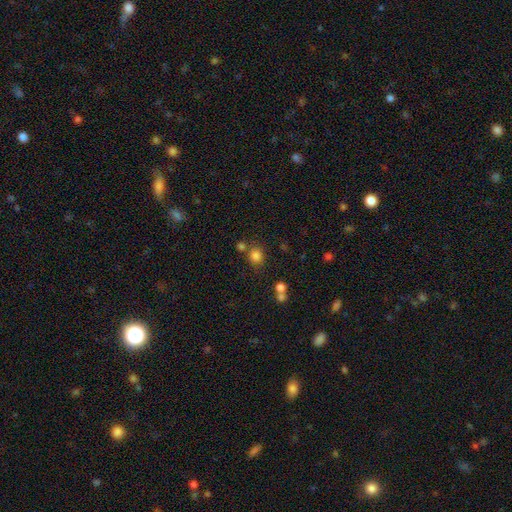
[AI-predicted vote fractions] smooth 80%, star or artifact 14%, featured or disk 6%. Down the decision tree: how rounded — round (80%); merging — none (71%).